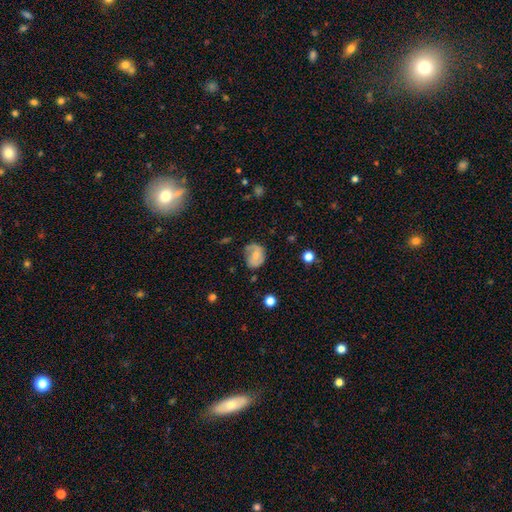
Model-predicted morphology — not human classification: The model was most divided on "smooth or featured": smooth: 47%, featured or disk: 45%, star or artifact: 8%. More confident: merging — none (53%).